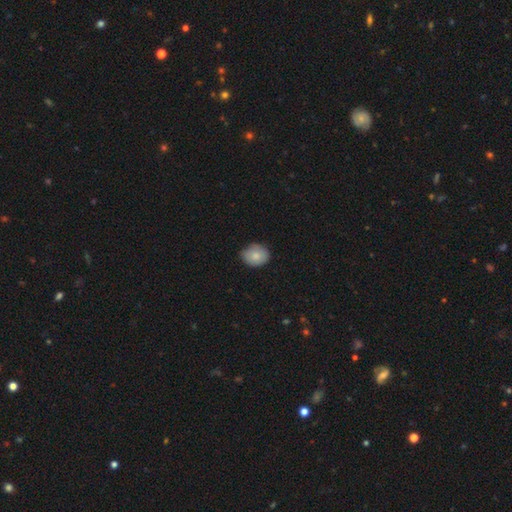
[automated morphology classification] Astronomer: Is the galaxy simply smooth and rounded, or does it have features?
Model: smooth — 82%.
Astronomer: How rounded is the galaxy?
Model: round — 51% (runner-up: in between, 48%).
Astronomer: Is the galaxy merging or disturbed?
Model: none — 76%.